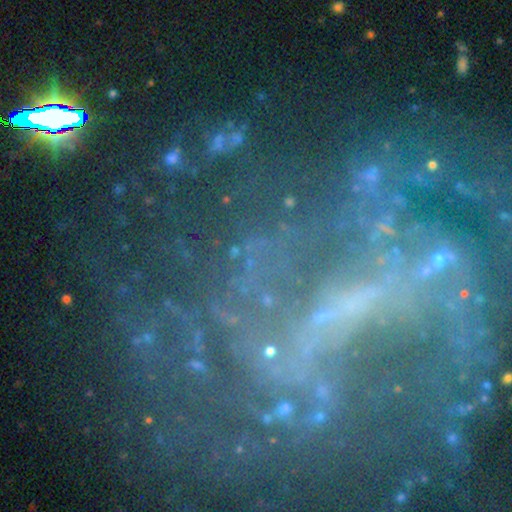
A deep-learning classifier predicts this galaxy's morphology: Smooth or featured? Predicted: featured or disk (p=0.57). Edge-on disk? Predicted: no (p=0.93). Bar? Predicted: no (p=0.36). Spiral arms? Predicted: yes (p=0.69). Bulge size? Predicted: small (p=0.48). Merging? Predicted: none (p=0.61).